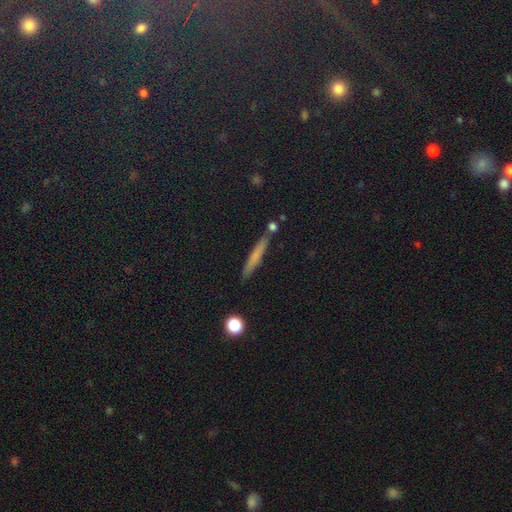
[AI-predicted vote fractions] This is likely a smooth galaxy (60%). How rounded: clearly cigar-shaped (92%). Merging: clearly none (84%).